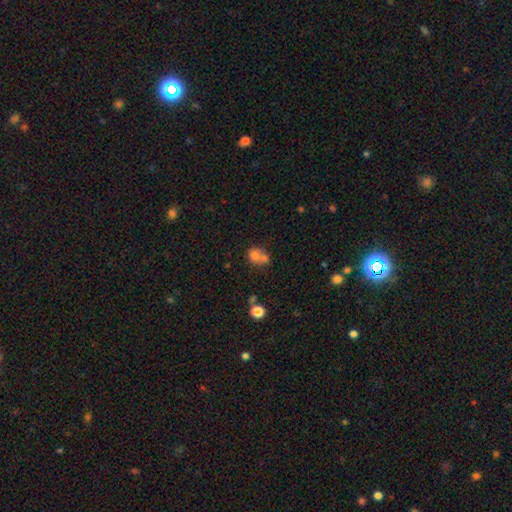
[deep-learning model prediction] Smooth or featured? smooth (71%)
How rounded? round (67%)
Merging? merger (58%)